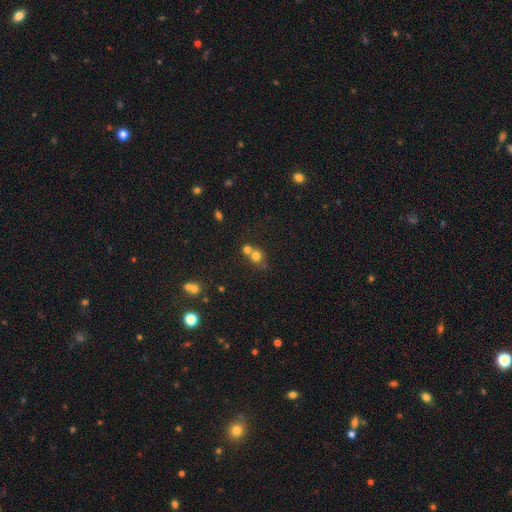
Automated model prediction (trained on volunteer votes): Morphology: type=smooth (73%); roundness=round (78%); merging=merger (55%).